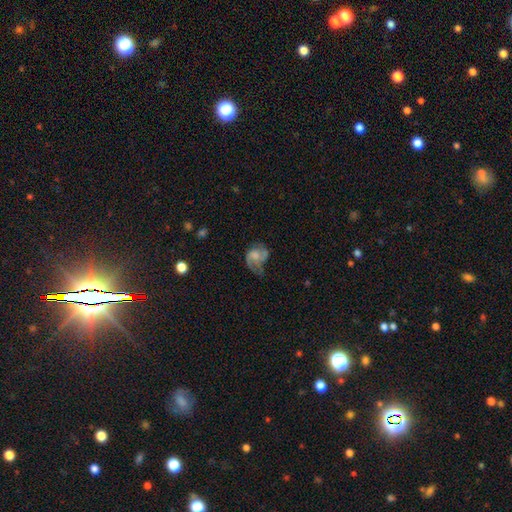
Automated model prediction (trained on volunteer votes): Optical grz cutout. It shows a featured or disk galaxy (54%) with no bar (72%), spiral arms (76%) and a moderate central bulge (32%). Merging: none (36%).